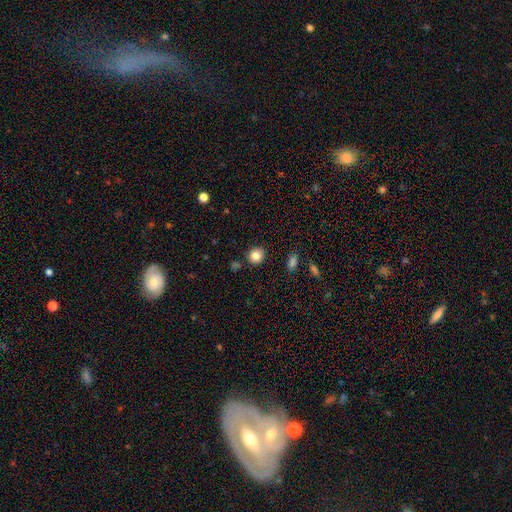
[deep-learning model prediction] Smooth or featured: smooth — 85% (star or artifact — 10%)
How rounded: round — 86% (in between — 13%)
Merging: none — 87% (minor disturbance — 8%)